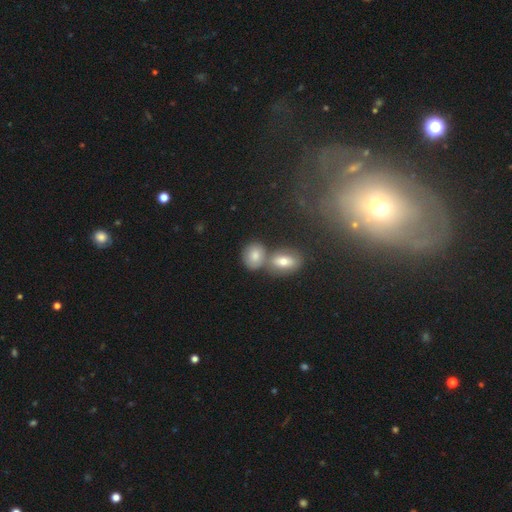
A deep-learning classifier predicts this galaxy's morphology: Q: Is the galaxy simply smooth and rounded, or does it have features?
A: smooth — 63%.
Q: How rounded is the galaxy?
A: in between — 49%.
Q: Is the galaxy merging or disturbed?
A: none — 50%.